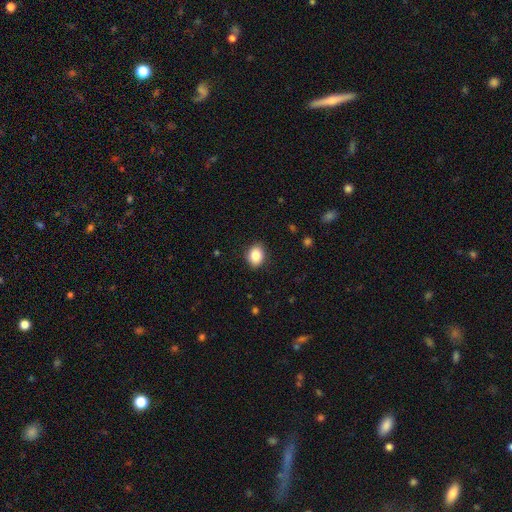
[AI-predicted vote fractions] This appears to be a smooth galaxy with no disk features (85%) that is in between round and cigar-shaped (60%). Merging: none (86%).